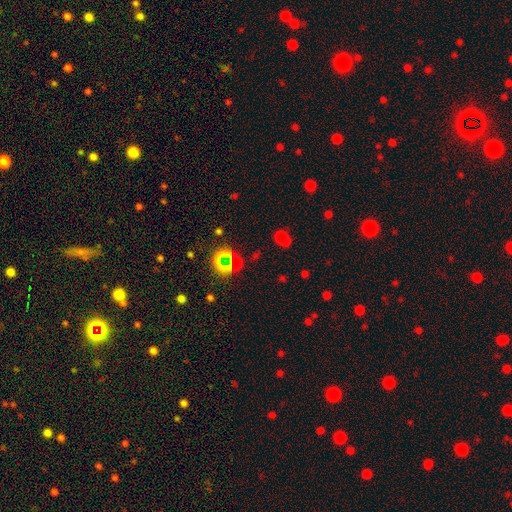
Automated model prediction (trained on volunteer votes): A star or artifact, not a galaxy (47%).